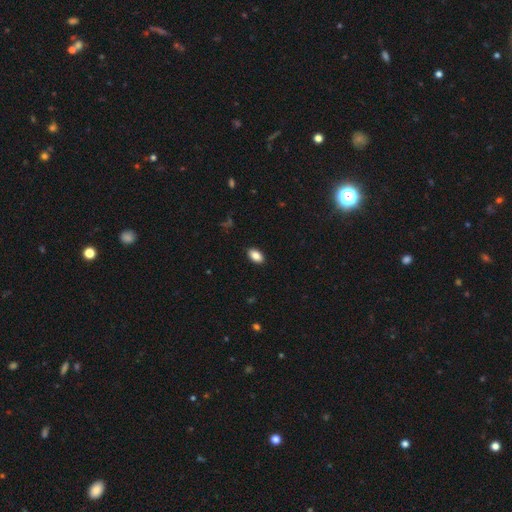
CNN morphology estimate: This appears to be a smooth galaxy with no disk features (87%) that is in between round and cigar-shaped (92%). Merging: none (89%).